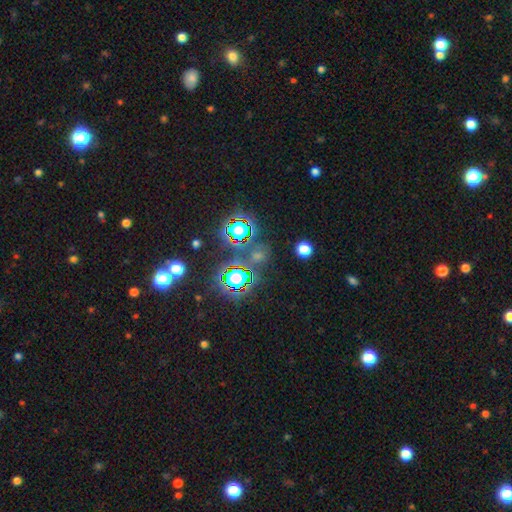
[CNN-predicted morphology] Q: Smooth or featured?
A: star or artifact (69%); runner-up: smooth (22%)